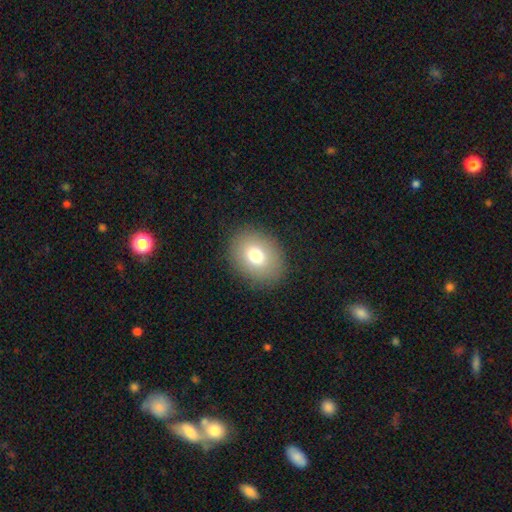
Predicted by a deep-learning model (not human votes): smooth_or_featured: smooth (p=0.76) [alt: featured or disk p=0.14]
how_rounded: in between (p=0.60) [alt: round p=0.40]
merging: none (p=0.88) [alt: minor disturbance p=0.08]